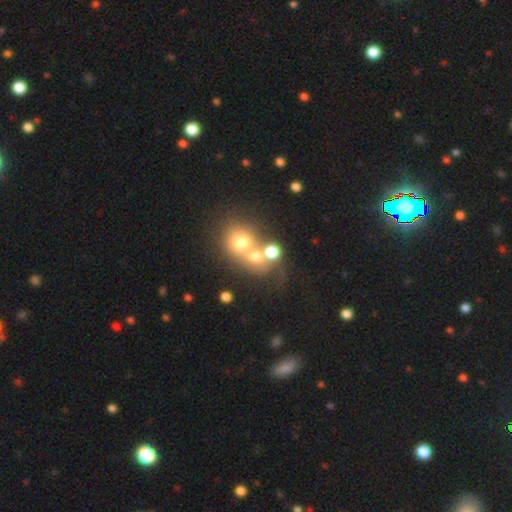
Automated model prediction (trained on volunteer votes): Smooth or featured? Predicted: smooth (p=0.62). How rounded? Predicted: round (p=0.75). Merging? Predicted: merger (p=0.57).